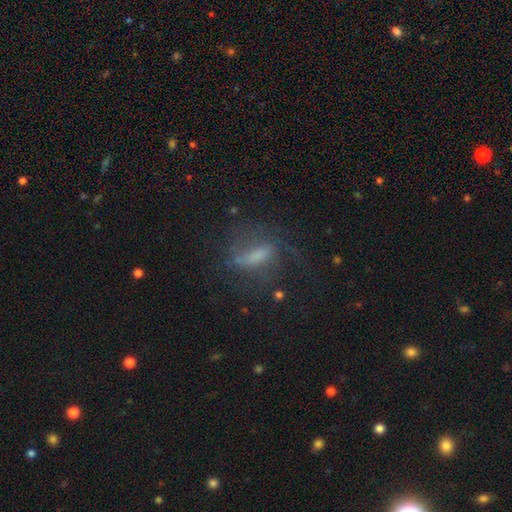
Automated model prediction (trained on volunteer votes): Q: Smooth or featured?
A: featured or disk (45%); runner-up: smooth (38%)
Q: Merging?
A: none (56%); runner-up: major disturbance (21%)